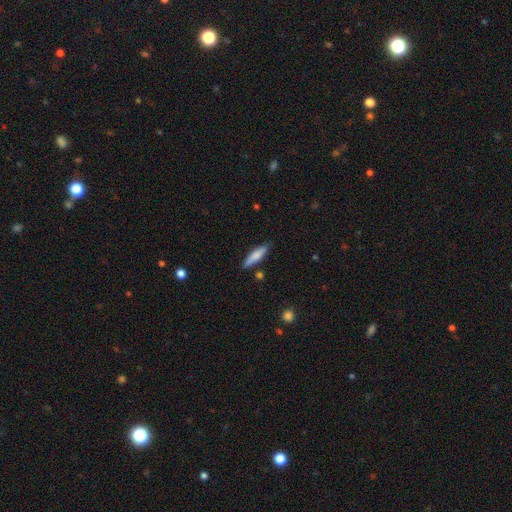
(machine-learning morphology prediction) This is likely a smooth galaxy (74%). How rounded: likely cigar-shaped (76%). Merging: clearly none (81%).